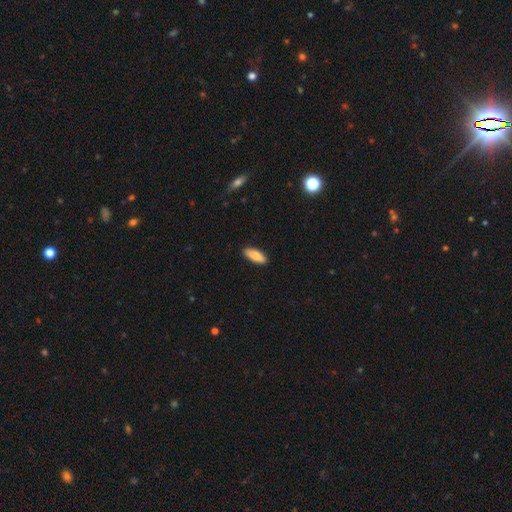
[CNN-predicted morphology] This appears to be a smooth galaxy with no disk features (81%) that is in between round and cigar-shaped (75%). Merging: none (90%).